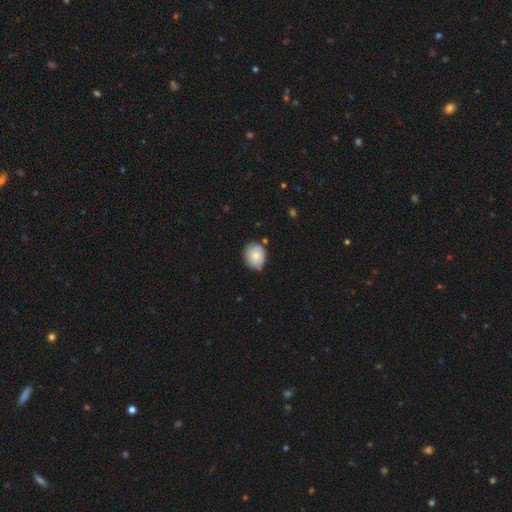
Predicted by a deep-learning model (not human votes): Smooth or featured: smooth — 78% (featured or disk — 14%)
How rounded: round — 61% (in between — 38%)
Merging: none — 70% (minor disturbance — 23%)